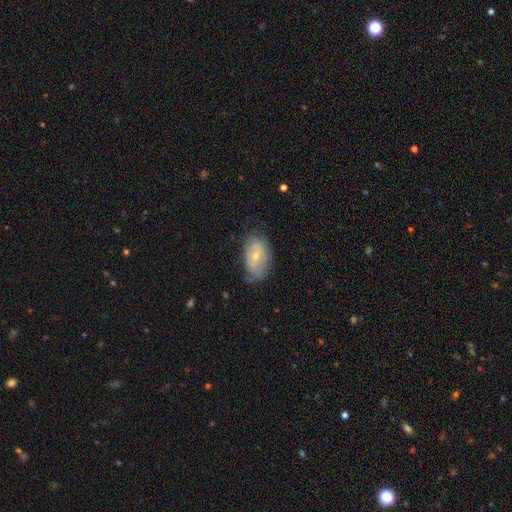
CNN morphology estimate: smooth-or-featured: smooth: 52% | featured or disk: 41% | star or artifact: 7%
  how-rounded: in between: 90% | round: 8% | cigar-shaped: 2%
  merging: none: 54% | minor disturbance: 33% | major disturbance: 11% | merger: 2%